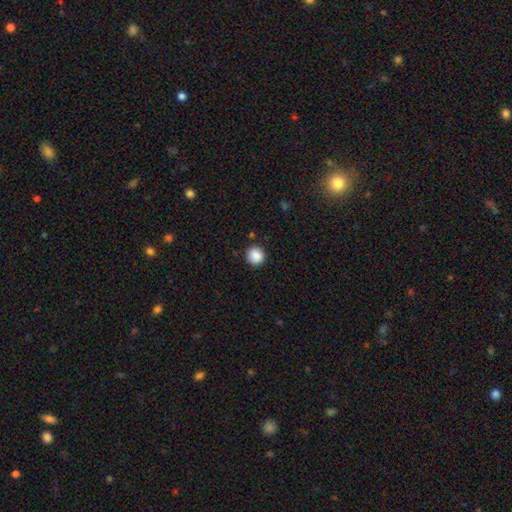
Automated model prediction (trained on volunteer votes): smooth_or_featured: smooth (p=0.88) [alt: star or artifact p=0.09]
how_rounded: round (p=0.93) [alt: in between p=0.06]
merging: none (p=0.90) [alt: minor disturbance p=0.07]